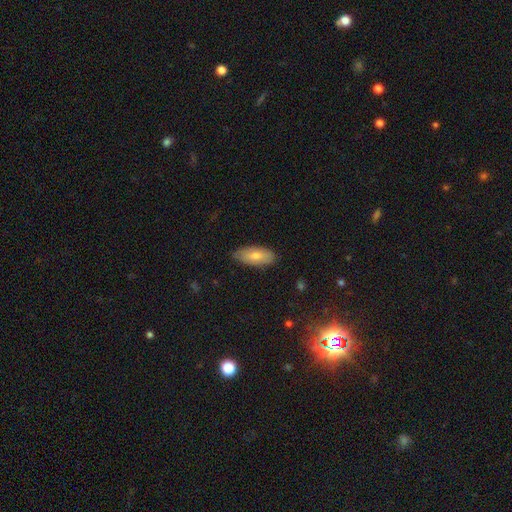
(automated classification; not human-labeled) A smooth galaxy with no disk features (70%) that is in between round and cigar-shaped (84%).

Vote fractions:
- Smooth or featured? smooth: 70% / featured or disk: 23% / star or artifact: 8%
- How rounded? in between: 84% / cigar-shaped: 14% / round: 2%
- Merging? none: 84% / minor disturbance: 13% / major disturbance: 2% / merger: 1%